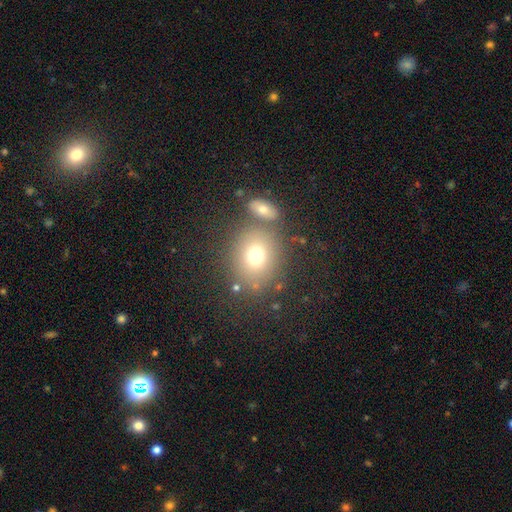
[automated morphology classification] Q: Smooth or featured?
A: smooth (72%); runner-up: featured or disk (14%)
Q: How rounded?
A: round (68%); runner-up: in between (31%)
Q: Merging?
A: none (70%); runner-up: merger (14%)